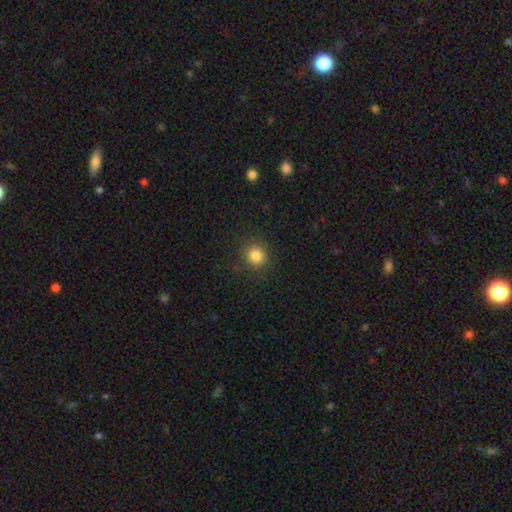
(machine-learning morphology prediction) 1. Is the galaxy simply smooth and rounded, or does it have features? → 84% smooth, 12% star or artifact, 4% featured or disk.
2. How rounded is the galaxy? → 90% round, 9% in between, 1% cigar-shaped.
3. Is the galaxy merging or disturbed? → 88% none, 7% minor disturbance, 3% major disturbance, 1% merger.